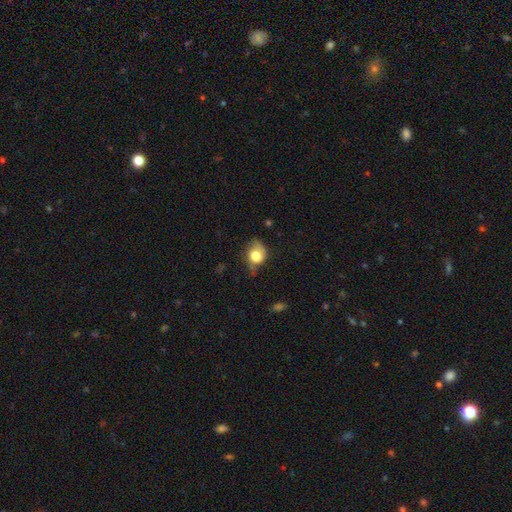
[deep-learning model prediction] Smooth or featured: smooth — 76% (featured or disk — 15%)
How rounded: round — 63% (in between — 36%)
Merging: none — 44% (minor disturbance — 38%)